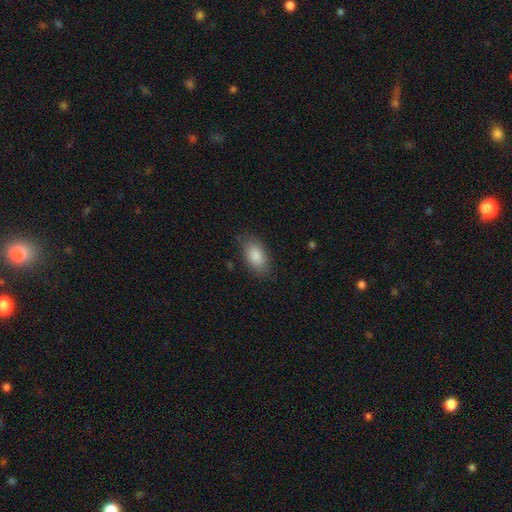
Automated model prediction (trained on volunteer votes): A smooth galaxy with no disk features (87%) that is in between round and cigar-shaped (92%).

Vote fractions:
- Smooth or featured? smooth: 87% / star or artifact: 7% / featured or disk: 6%
- How rounded? in between: 92% / round: 4% / cigar-shaped: 4%
- Merging? none: 82% / minor disturbance: 13% / major disturbance: 4% / merger: 1%